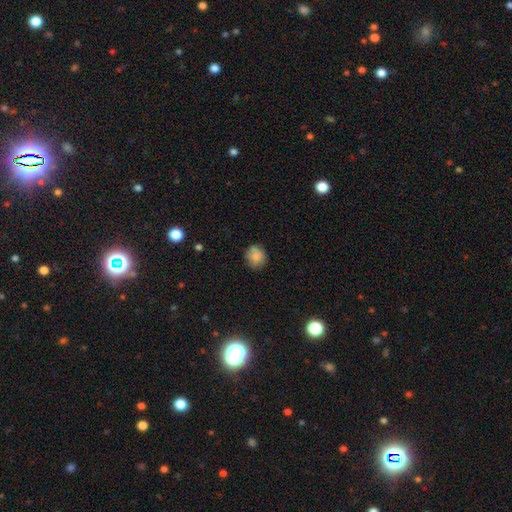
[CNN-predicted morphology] Smooth or featured? Predicted: smooth (p=0.85). How rounded? Predicted: round (p=0.82). Merging? Predicted: none (p=0.79).